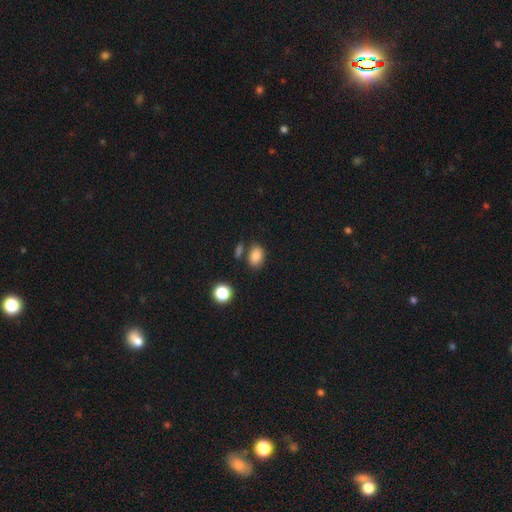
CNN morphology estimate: Q: Smooth or featured?
A: smooth (83%); runner-up: star or artifact (11%)
Q: How rounded?
A: in between (77%); runner-up: round (21%)
Q: Merging?
A: none (71%); runner-up: minor disturbance (14%)